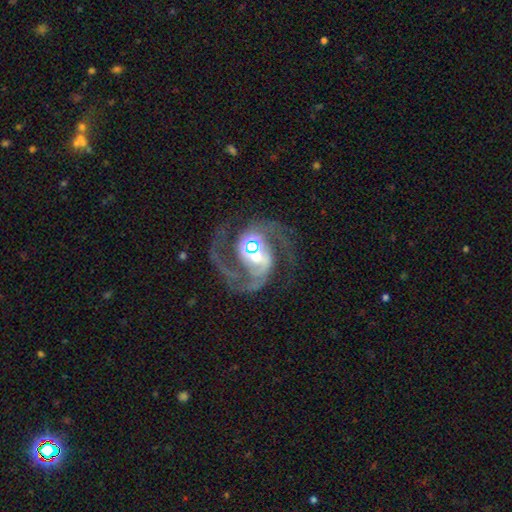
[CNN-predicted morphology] type=featured or disk (89%); edge-on=no (98%); bar=weak (37%); spiral arms=yes (97%); winding=medium (61%); arm count=2 (89%); bulge=moderate (61%); merging=none (65%).